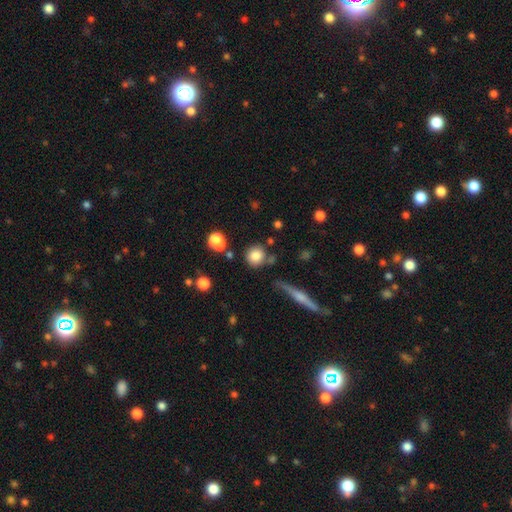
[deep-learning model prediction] A smooth galaxy with no disk features (82%) that is round (87%).

Vote fractions:
- Smooth or featured? smooth: 82% / star or artifact: 10% / featured or disk: 8%
- How rounded? round: 87% / in between: 12% / cigar-shaped: 2%
- Merging? none: 78% / minor disturbance: 11% / merger: 8% / major disturbance: 4%